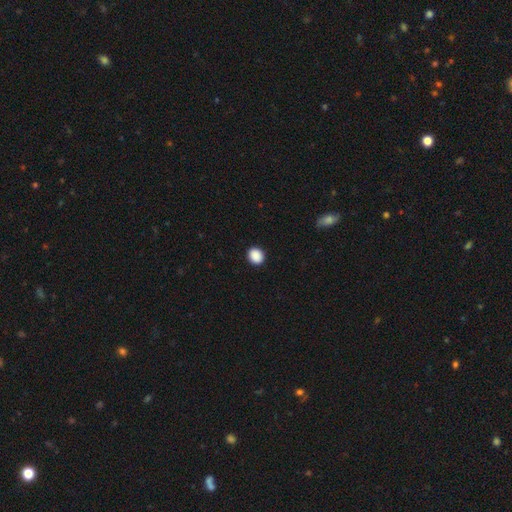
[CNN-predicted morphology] This is clearly a smooth galaxy (90%). How rounded: likely round (69%). Merging: clearly none (92%).